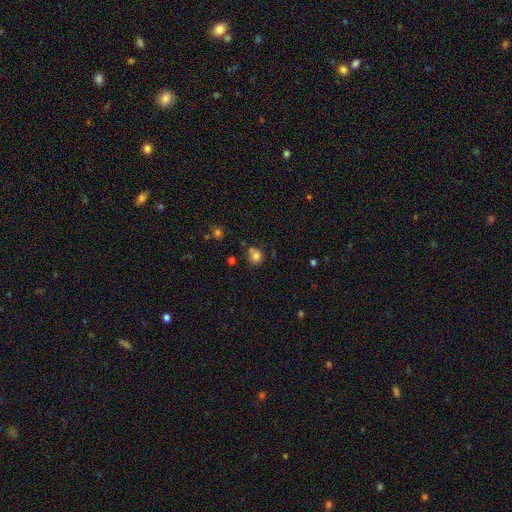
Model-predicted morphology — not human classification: This appears to be a smooth galaxy with no disk features (77%) that is round (80%). Merging: none (63%).